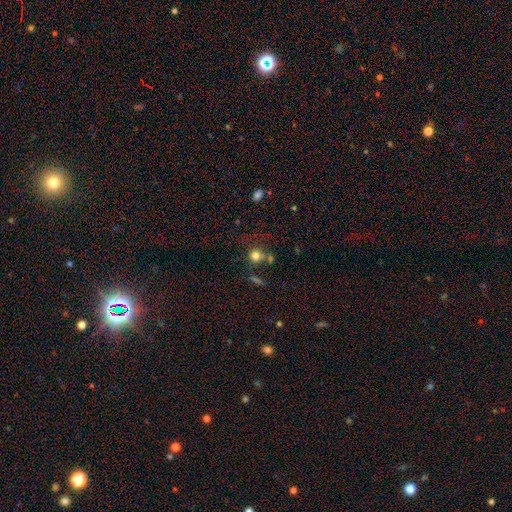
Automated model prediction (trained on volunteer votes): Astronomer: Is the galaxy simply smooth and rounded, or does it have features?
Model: smooth — 76%.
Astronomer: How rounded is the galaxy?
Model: round — 86%.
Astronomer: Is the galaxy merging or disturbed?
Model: none — 54%.